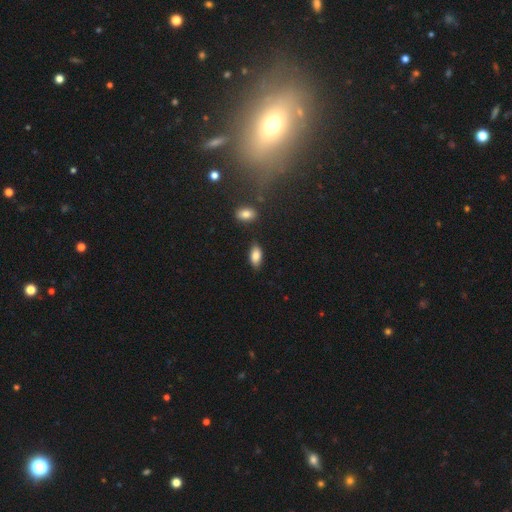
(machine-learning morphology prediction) The model was most divided on "merging": none: 83%, minor disturbance: 12%, merger: 3%, major disturbance: 3%. More confident: how rounded — in between (91%); smooth or featured — smooth (86%).